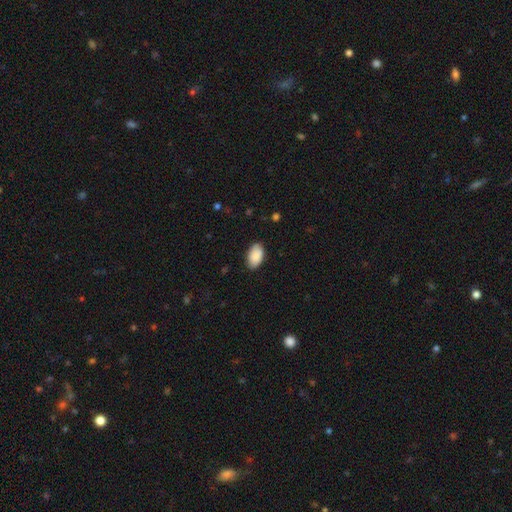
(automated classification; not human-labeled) The model was most divided on "merging": none: 84%, minor disturbance: 12%, major disturbance: 2%, merger: 1%. More confident: how rounded — in between (95%); smooth or featured — smooth (89%).